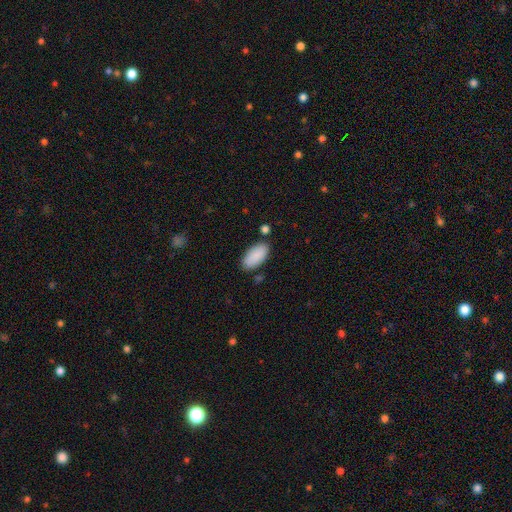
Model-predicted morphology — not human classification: This appears to be a smooth galaxy with no disk features (90%) that is in between round and cigar-shaped (92%). Merging: none (80%).